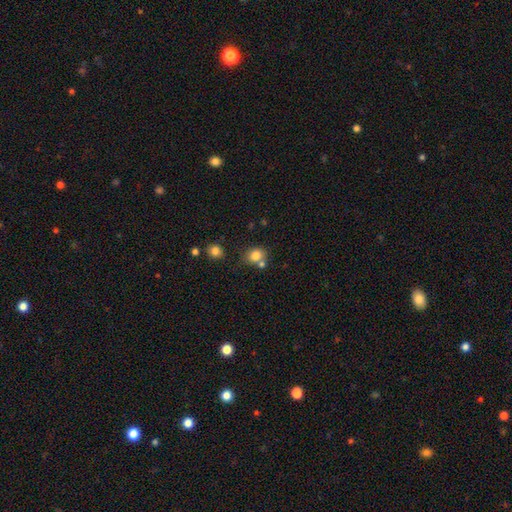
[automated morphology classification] type=smooth (81%); roundness=round (62%); merging=none (59%).